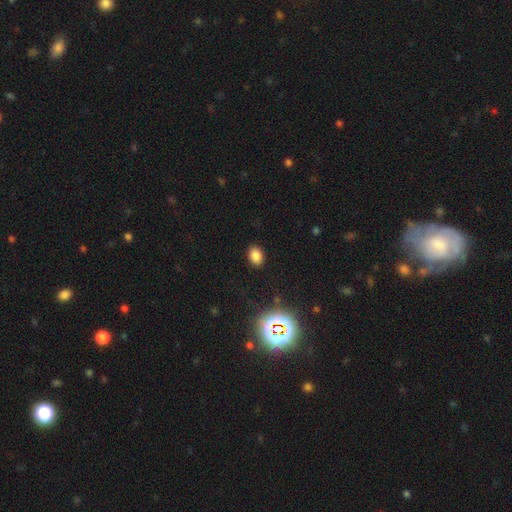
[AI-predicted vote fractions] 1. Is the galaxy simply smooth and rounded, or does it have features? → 79% smooth, 15% star or artifact, 5% featured or disk.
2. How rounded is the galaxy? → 74% in between, 25% round, 1% cigar-shaped.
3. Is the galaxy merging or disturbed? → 88% none, 8% minor disturbance, 3% major disturbance, 1% merger.